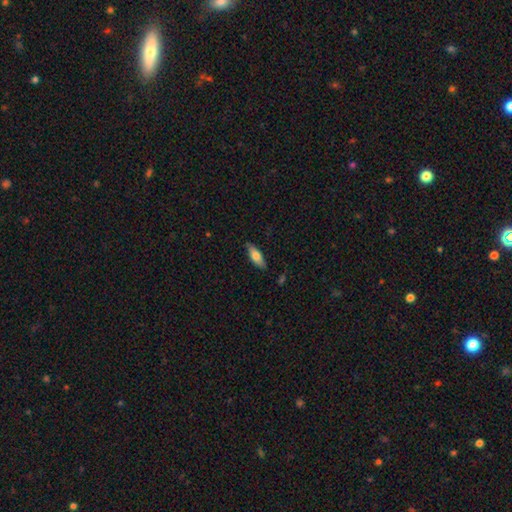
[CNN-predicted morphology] smooth-or-featured: smooth: 73% | featured or disk: 21% | star or artifact: 6%
  how-rounded: in between: 67% | cigar-shaped: 31% | round: 2%
  merging: none: 81% | minor disturbance: 15% | major disturbance: 3% | merger: 1%